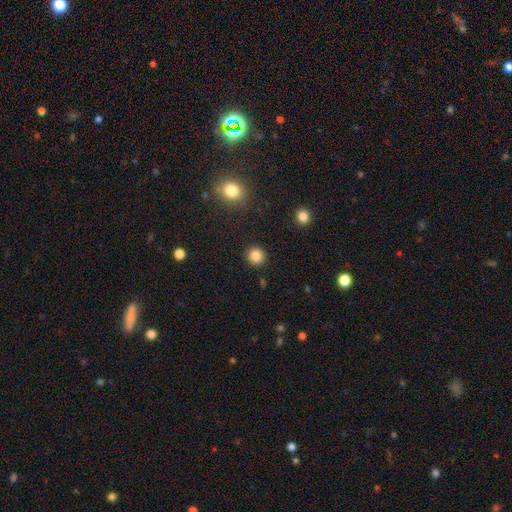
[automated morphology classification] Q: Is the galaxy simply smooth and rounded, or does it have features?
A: smooth — 85%.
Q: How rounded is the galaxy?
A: round — 93%.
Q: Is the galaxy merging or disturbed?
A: none — 92%.